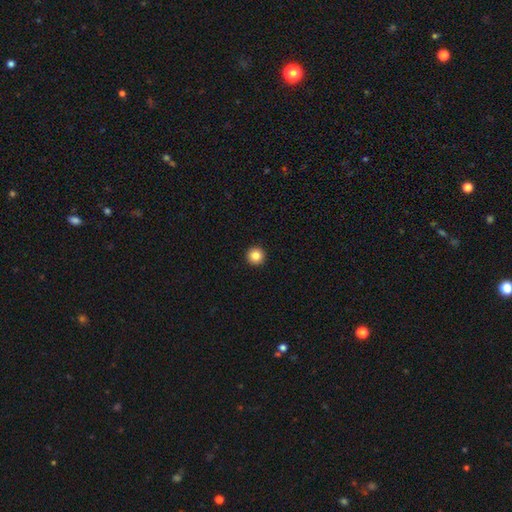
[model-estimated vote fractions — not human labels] Morphology: type=smooth (84%); roundness=round (97%); merging=none (94%).